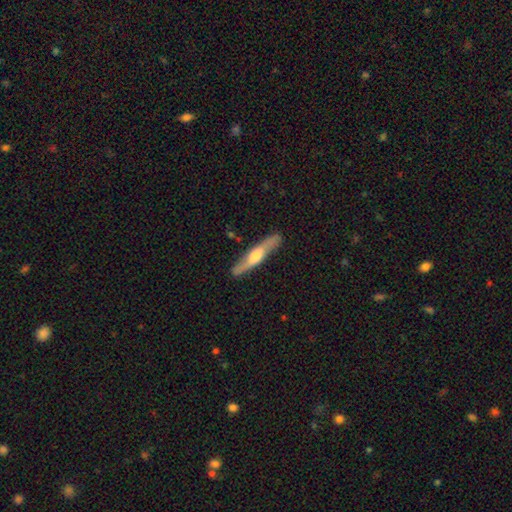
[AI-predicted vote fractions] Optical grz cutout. It shows a featured or disk galaxy (59%) viewed edge-on (81%). Merging: none (87%).